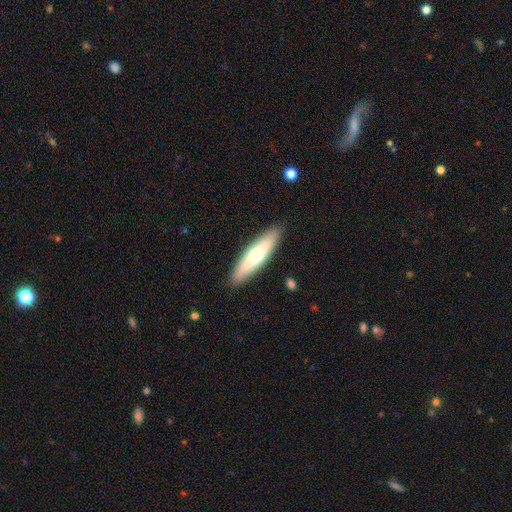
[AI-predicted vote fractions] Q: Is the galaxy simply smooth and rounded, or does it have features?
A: smooth — 60%.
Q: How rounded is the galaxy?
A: cigar-shaped — 71%.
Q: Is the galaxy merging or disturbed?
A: none — 89%.